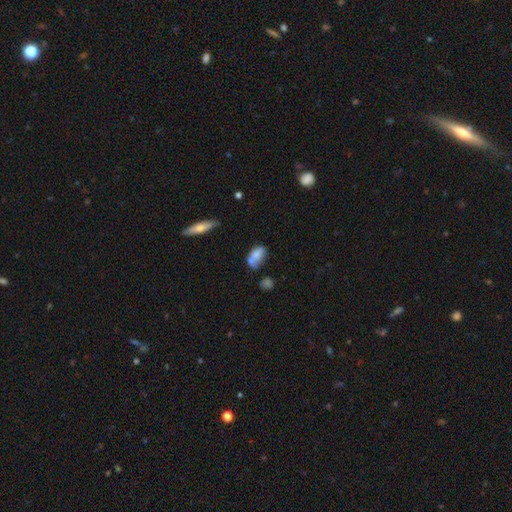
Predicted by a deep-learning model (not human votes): Smooth or featured: smooth — 69% (featured or disk — 22%)
How rounded: in between — 88% (round — 7%)
Merging: none — 36% (merger — 26%)